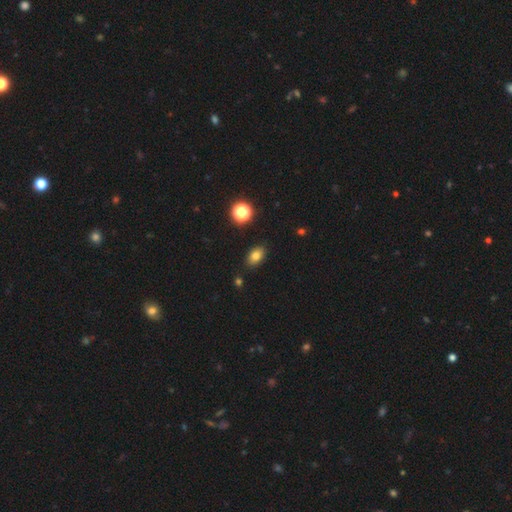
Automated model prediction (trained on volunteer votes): Smooth or featured? Predicted: smooth (p=0.80). How rounded? Predicted: in between (p=0.85). Merging? Predicted: none (p=0.86).